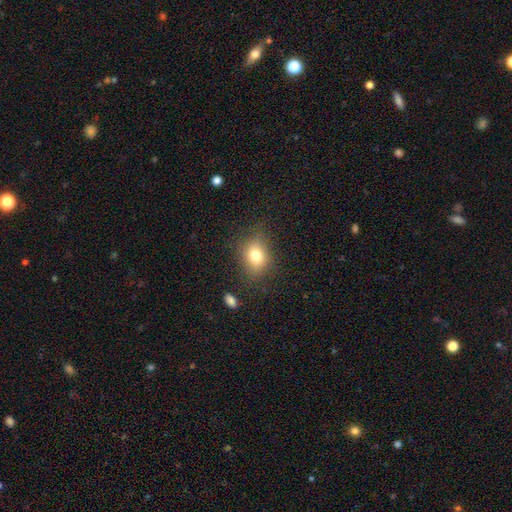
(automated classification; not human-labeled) This is likely a smooth galaxy (76%). How rounded: possibly in between (54%). Merging: likely none (75%).